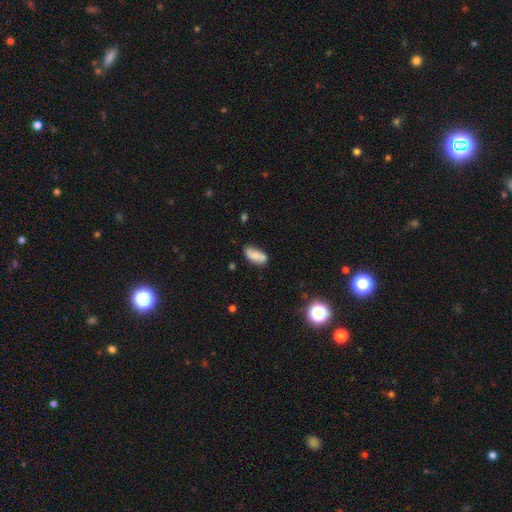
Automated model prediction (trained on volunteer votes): A smooth galaxy with no disk features (73%) that is in between round and cigar-shaped (87%).

Vote fractions:
- Smooth or featured? smooth: 73% / featured or disk: 18% / star or artifact: 9%
- How rounded? in between: 87% / cigar-shaped: 9% / round: 4%
- Merging? none: 52% / minor disturbance: 24% / merger: 17% / major disturbance: 7%